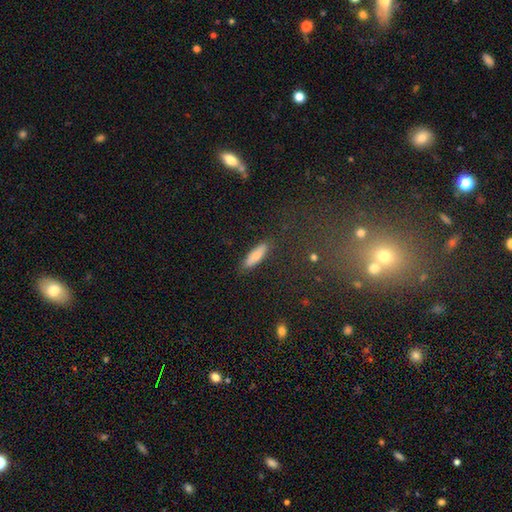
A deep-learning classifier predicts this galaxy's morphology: Smooth or featured? Predicted: smooth (p=0.79). How rounded? Predicted: cigar-shaped (p=0.57). Merging? Predicted: none (p=0.85).